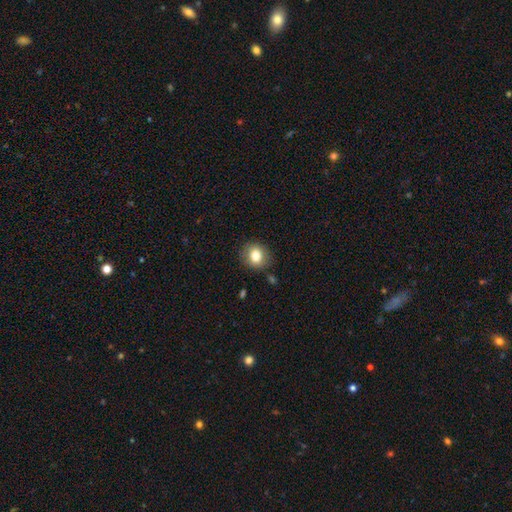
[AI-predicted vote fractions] This appears to be a smooth galaxy with no disk features (80%) that is round (71%). Merging: none (84%).